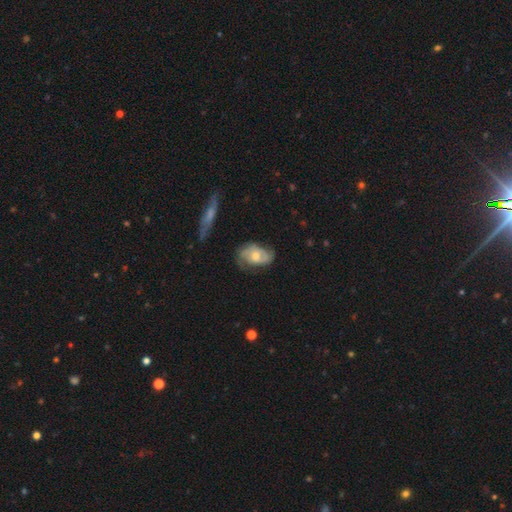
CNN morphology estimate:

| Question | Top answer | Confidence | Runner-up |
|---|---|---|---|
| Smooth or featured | featured or disk | 66% | smooth (28%) |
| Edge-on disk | no | 95% | yes (5%) |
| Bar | no | 70% | weak (25%) |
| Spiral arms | yes | 85% | no (15%) |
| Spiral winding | medium | 42% | tight (34%) |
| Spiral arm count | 2 | 59% | can't tell (21%) |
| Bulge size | moderate | 59% | small (34%) |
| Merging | none | 55% | minor disturbance (28%) |